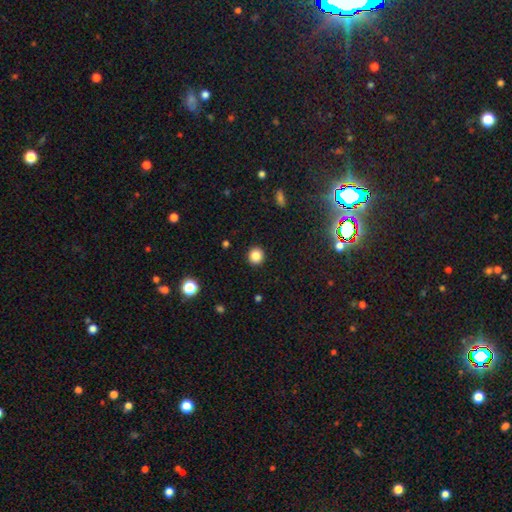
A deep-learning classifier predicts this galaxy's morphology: A smooth galaxy with no disk features (85%) that is round (91%).

Vote fractions:
- Smooth or featured? smooth: 85% / star or artifact: 11% / featured or disk: 4%
- How rounded? round: 91% / in between: 8% / cigar-shaped: 1%
- Merging? none: 92% / minor disturbance: 5% / major disturbance: 2% / merger: 1%